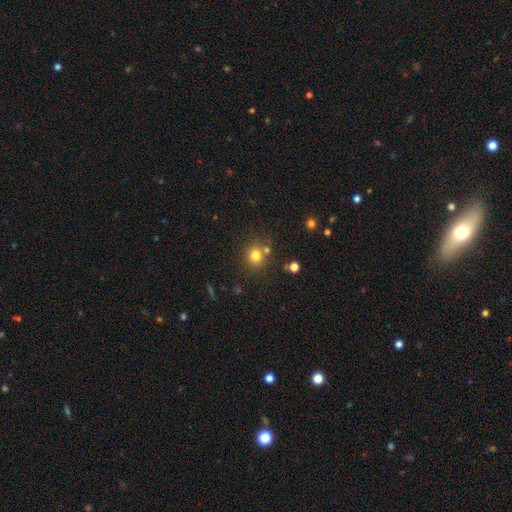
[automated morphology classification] A smooth galaxy with no disk features (78%) that is round (85%).

Vote fractions:
- Smooth or featured? smooth: 78% / star or artifact: 14% / featured or disk: 8%
- How rounded? round: 85% / in between: 14% / cigar-shaped: 1%
- Merging? none: 73% / merger: 13% / minor disturbance: 10% / major disturbance: 4%